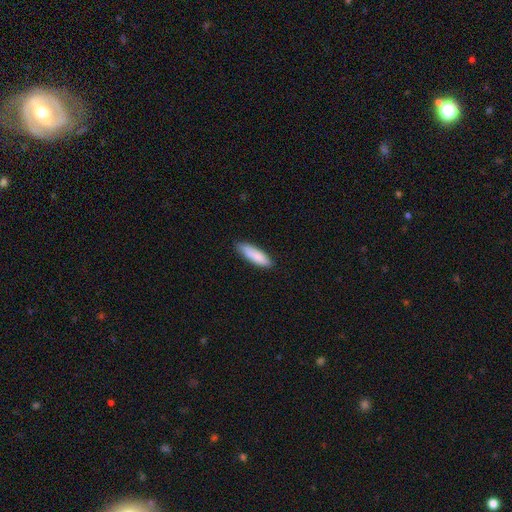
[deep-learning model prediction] smooth 87%, featured or disk 8%, star or artifact 6%. Down the decision tree: how rounded — cigar-shaped (56%); merging — none (83%).